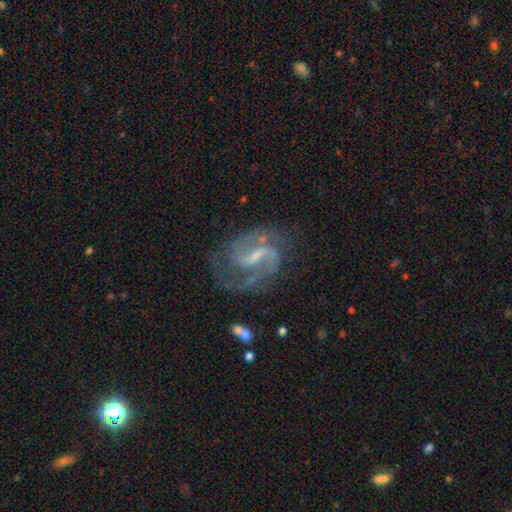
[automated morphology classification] Smooth or featured?
  - featured or disk: 89% *
  - star or artifact: 6%
  - smooth: 5%
Edge-on disk?
  - no: 97% *
  - yes: 3%
Bar?
  - weak: 50% *
  - strong: 37%
  - no: 12%
Spiral arms?
  - yes: 97% *
  - no: 3%
Spiral winding?
  - medium: 58% *
  - loose: 21%
  - tight: 21%
Spiral arm count?
  - 2: 87% *
  - can't tell: 4%
  - 1: 3%
  - 3: 3%
  - 4: 1%
  - more than 4: 1%
Bulge size?
  - small: 53% *
  - moderate: 23%
  - none: 20%
  - large: 2%
  - dominant: 1%
Merging?
  - none: 68% *
  - minor disturbance: 18%
  - major disturbance: 11%
  - merger: 2%